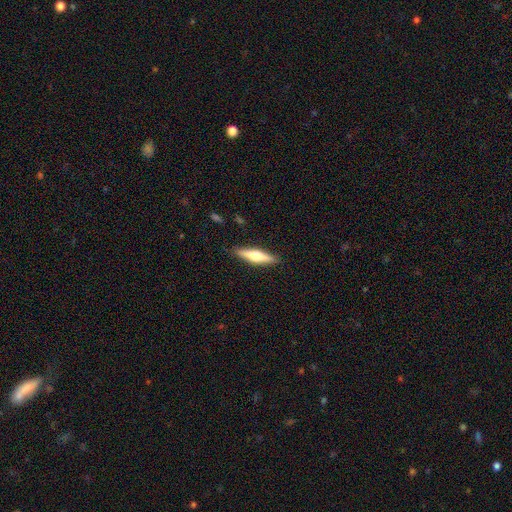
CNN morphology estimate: featured or disk 51%, smooth 44%, star or artifact 6%. Down the decision tree: edge-on disk — yes (95%); merging — none (89%).